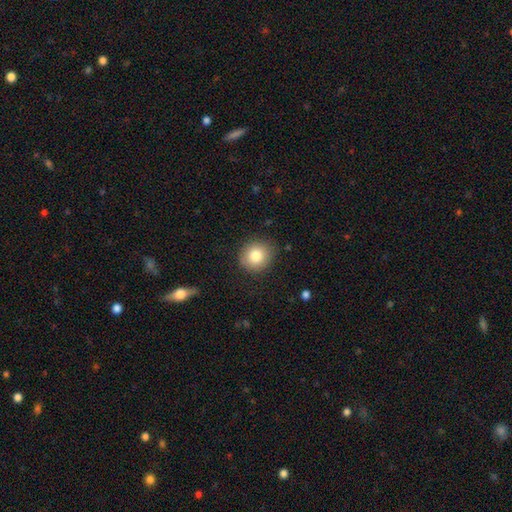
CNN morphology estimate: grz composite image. It shows a smooth galaxy with no disk features (81%) that is round (86%). Merging: none (86%).